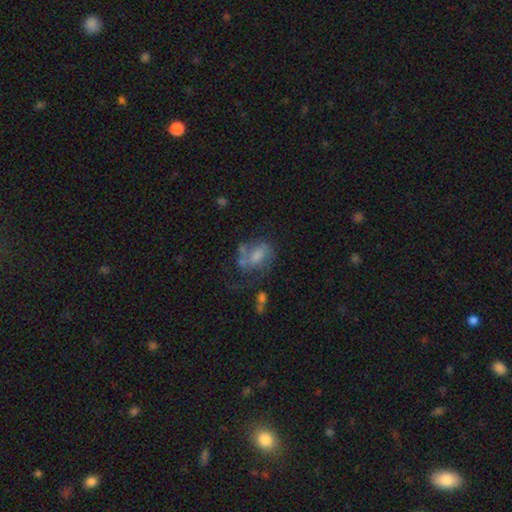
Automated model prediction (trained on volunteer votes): smooth 45%, featured or disk 43%, star or artifact 12%. Down the decision tree: merging — none (32%).